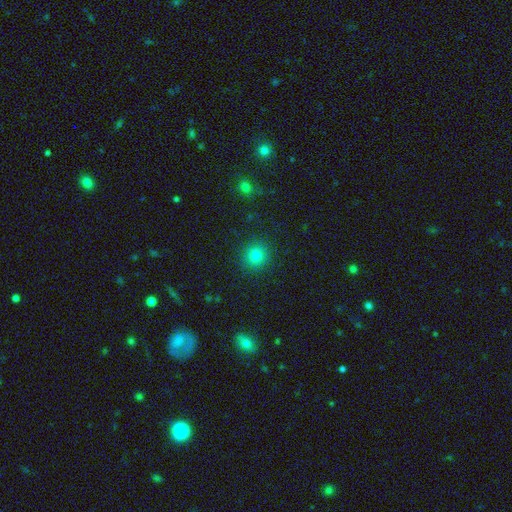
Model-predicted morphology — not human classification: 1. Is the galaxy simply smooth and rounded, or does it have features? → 80% smooth, 14% star or artifact, 6% featured or disk.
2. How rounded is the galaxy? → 92% round, 7% in between, 1% cigar-shaped.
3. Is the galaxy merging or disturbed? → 90% none, 6% minor disturbance, 2% major disturbance, 1% merger.